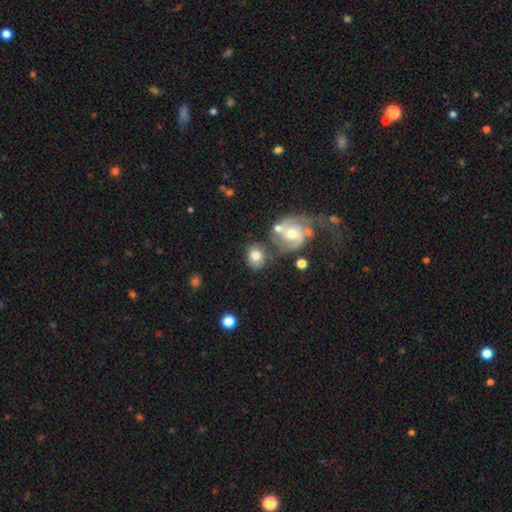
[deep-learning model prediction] Morphology: type=smooth (67%); roundness=round (66%); merging=none (58%).